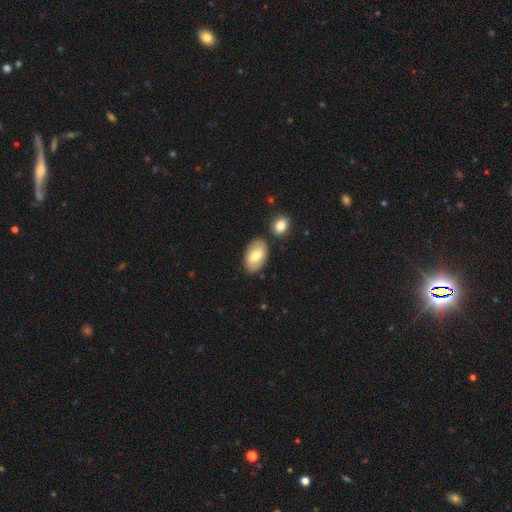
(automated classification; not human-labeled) Overall: smooth (71%). How rounded: in between (94%). Merging: none (77%).